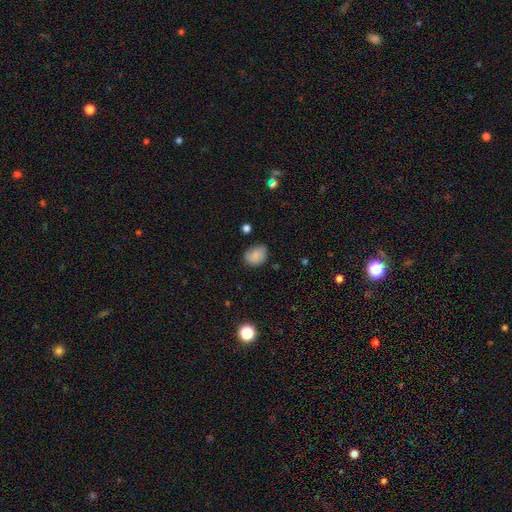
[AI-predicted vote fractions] Overall: smooth (82%). How rounded: in between (61%; round 38%). Merging: none (67%).